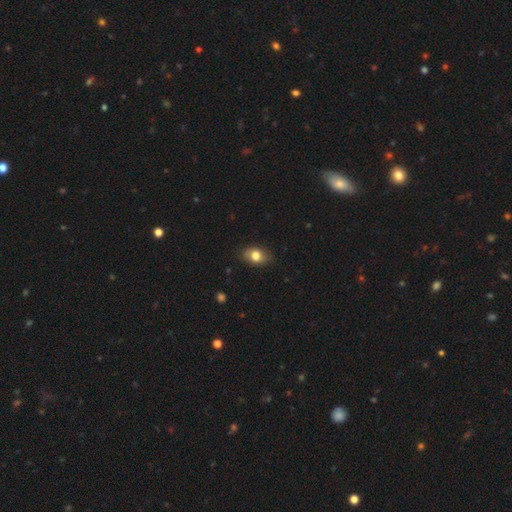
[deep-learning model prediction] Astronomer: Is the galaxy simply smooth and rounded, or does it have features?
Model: smooth — 79%.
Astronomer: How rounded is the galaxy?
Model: in between — 75%.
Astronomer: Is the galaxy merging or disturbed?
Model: none — 82%.